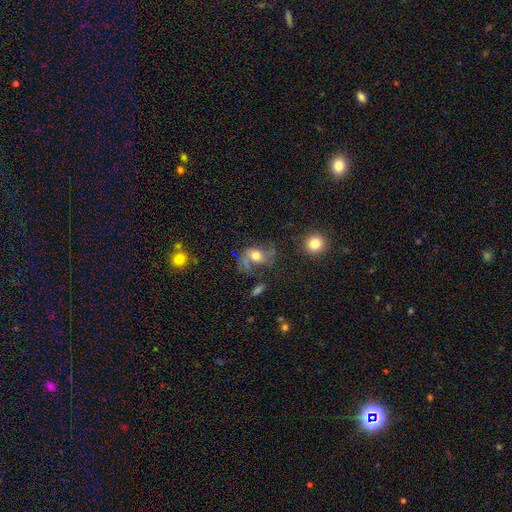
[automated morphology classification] featured or disk 59%, smooth 31%, star or artifact 10%. Down the decision tree: edge-on disk — no (96%); bar — no (63%); spiral arms — yes (82%); bulge size — moderate (56%); merging — none (46%).